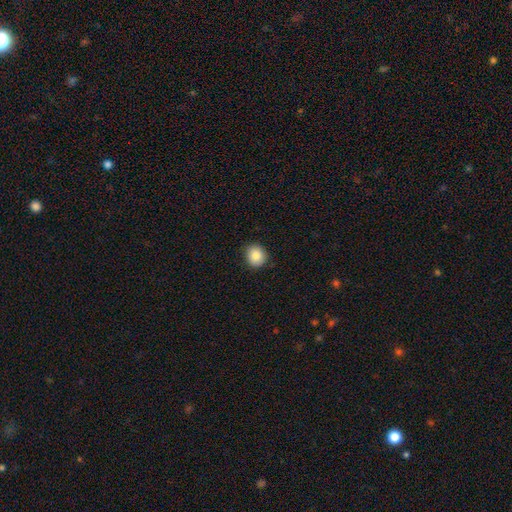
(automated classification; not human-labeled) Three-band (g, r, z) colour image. It shows a smooth galaxy with no disk features (85%) that is round (82%). Merging: none (88%).